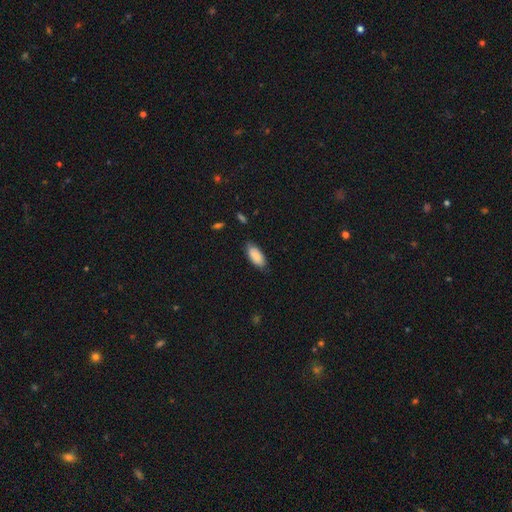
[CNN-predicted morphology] Smooth or featured: smooth — 83% (featured or disk — 11%)
How rounded: in between — 89% (cigar-shaped — 9%)
Merging: none — 78% (minor disturbance — 18%)